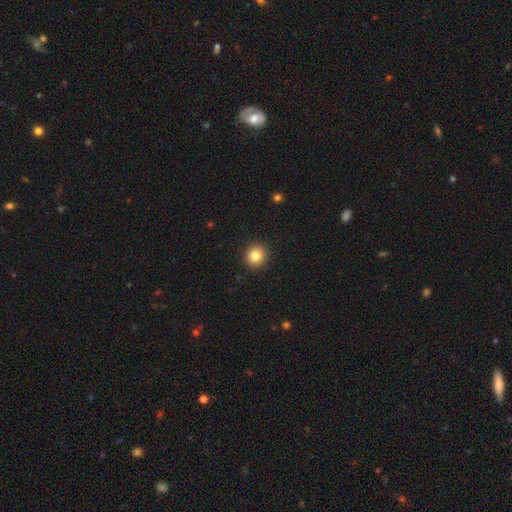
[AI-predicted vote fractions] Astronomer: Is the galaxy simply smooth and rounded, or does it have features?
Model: smooth — 82%.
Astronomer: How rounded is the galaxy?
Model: round — 91%.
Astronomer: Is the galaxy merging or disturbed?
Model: none — 92%.